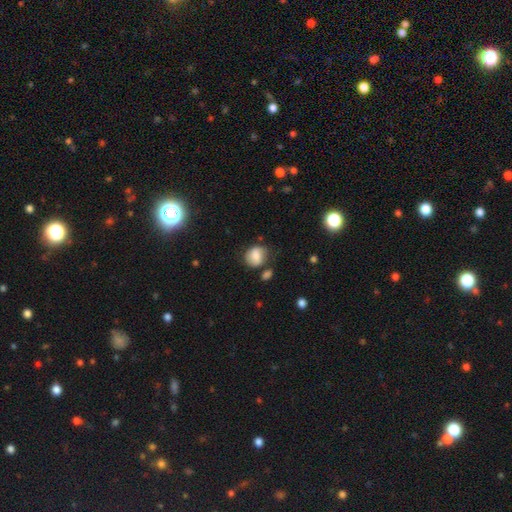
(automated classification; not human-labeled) The model was most divided on "how rounded": round: 64%, in between: 35%, cigar-shaped: 1%. More confident: smooth or featured — smooth (75%); merging — none (60%).